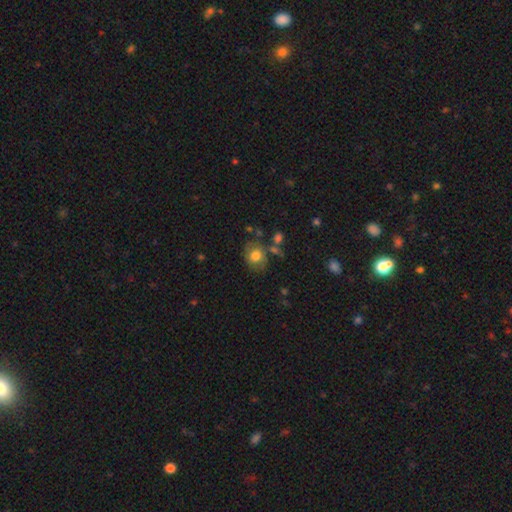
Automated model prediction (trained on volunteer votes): smooth-or-featured: smooth: 67% | featured or disk: 24% | star or artifact: 10%
  how-rounded: round: 64% | in between: 35% | cigar-shaped: 1%
  merging: none: 62% | minor disturbance: 21% | major disturbance: 9% | merger: 8%